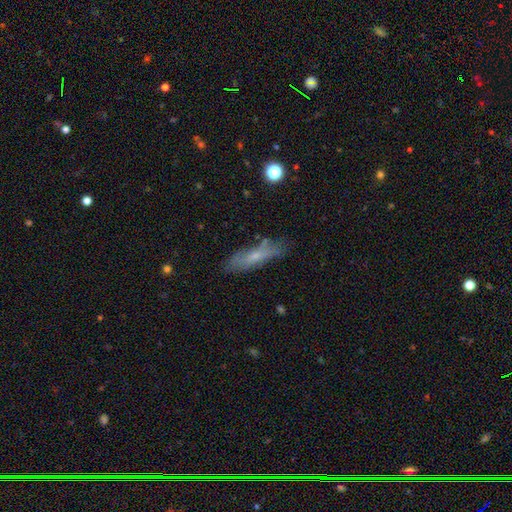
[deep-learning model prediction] smooth 53%, featured or disk 39%, star or artifact 8%. Down the decision tree: how rounded — cigar-shaped (70%); merging — none (73%).